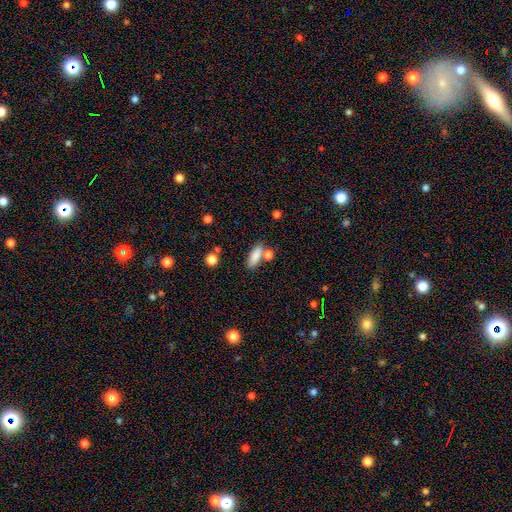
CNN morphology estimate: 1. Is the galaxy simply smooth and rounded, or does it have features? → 84% smooth, 8% featured or disk, 8% star or artifact.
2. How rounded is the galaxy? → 66% in between, 30% cigar-shaped, 4% round.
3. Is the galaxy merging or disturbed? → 64% none, 19% merger, 13% minor disturbance, 4% major disturbance.